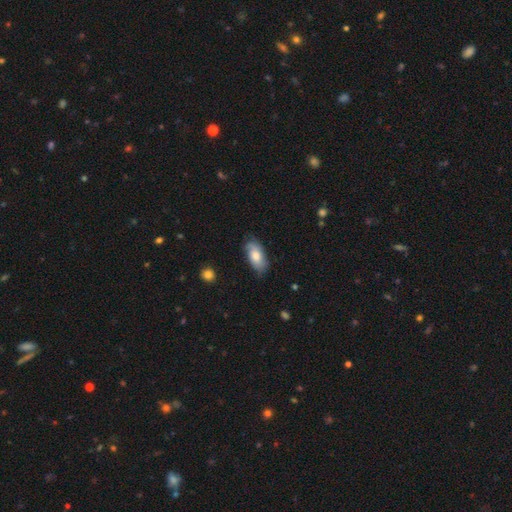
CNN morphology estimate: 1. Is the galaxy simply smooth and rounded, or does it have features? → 69% smooth, 25% featured or disk, 6% star or artifact.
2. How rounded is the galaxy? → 91% in between, 6% cigar-shaped, 3% round.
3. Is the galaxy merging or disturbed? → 74% none, 21% minor disturbance, 4% major disturbance, 1% merger.